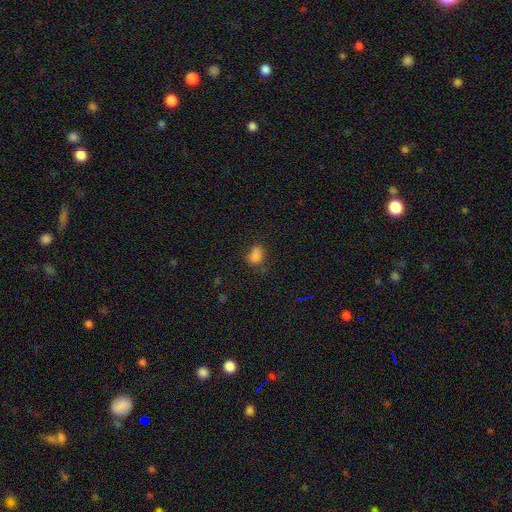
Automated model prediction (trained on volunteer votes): Smooth or featured?
  - smooth: 79% *
  - star or artifact: 14%
  - featured or disk: 7%
How rounded?
  - in between: 59% *
  - round: 40%
  - cigar-shaped: 2%
Merging?
  - none: 52% *
  - minor disturbance: 26%
  - merger: 11%
  - major disturbance: 10%